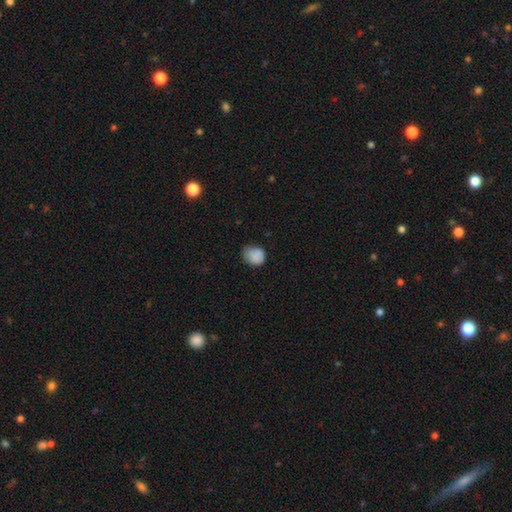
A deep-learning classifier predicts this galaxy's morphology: type=smooth (83%); roundness=round (61%); merging=none (55%).